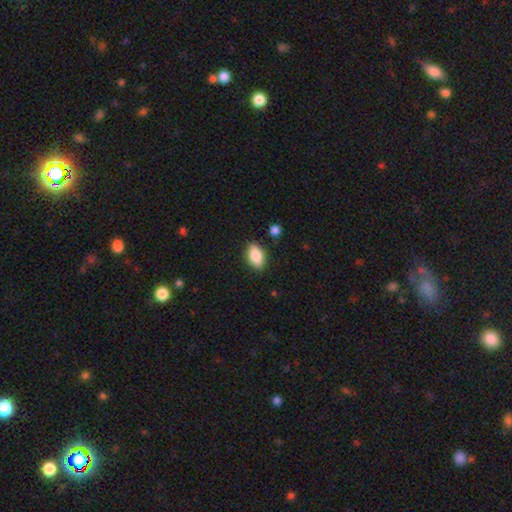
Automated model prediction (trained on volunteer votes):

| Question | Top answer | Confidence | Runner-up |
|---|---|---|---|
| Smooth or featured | smooth | 82% | featured or disk (10%) |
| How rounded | in between | 88% | round (6%) |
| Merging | none | 84% | minor disturbance (12%) |